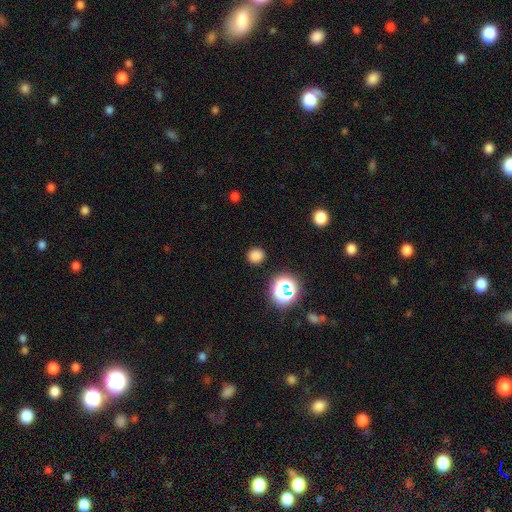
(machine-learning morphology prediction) Q: Smooth or featured?
A: smooth (76%); runner-up: star or artifact (20%)
Q: How rounded?
A: round (89%); runner-up: in between (10%)
Q: Merging?
A: none (89%); runner-up: minor disturbance (7%)